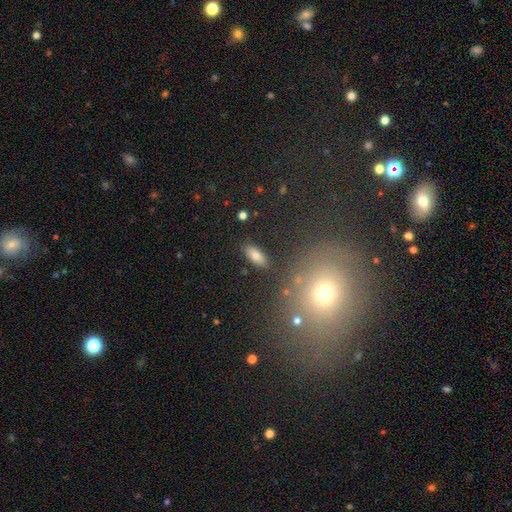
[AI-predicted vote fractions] This appears to be a smooth galaxy with no disk features (80%) that is in between round and cigar-shaped (76%). Merging: none (86%).